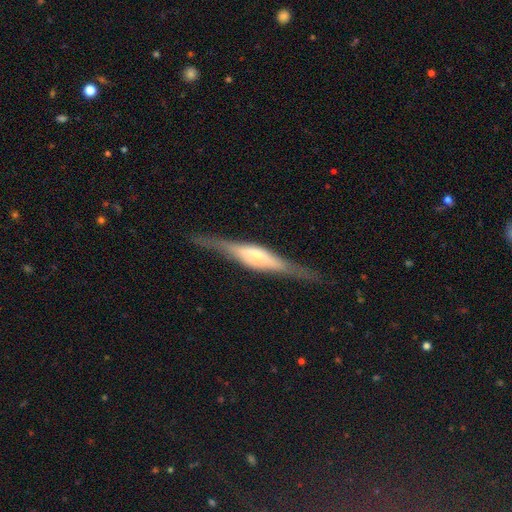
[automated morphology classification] A featured or disk galaxy (78%) viewed edge-on (96%) with a rounded central bulge (63%). Merging: none (85%).